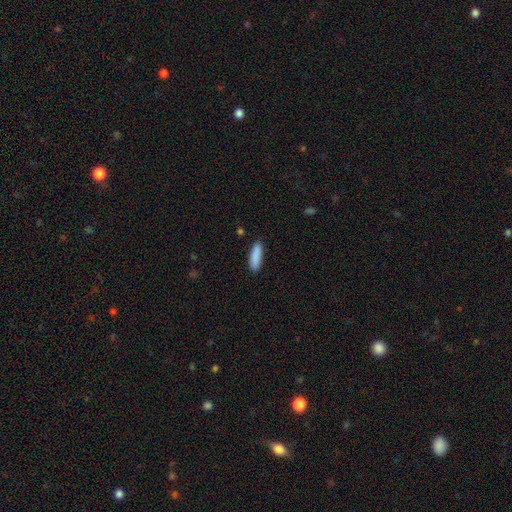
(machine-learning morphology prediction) A smooth galaxy with no disk features (89%) that is cigar-shaped (57%). Merging: none (88%).